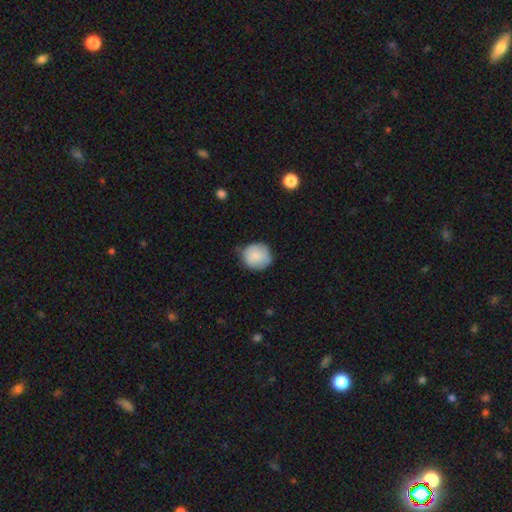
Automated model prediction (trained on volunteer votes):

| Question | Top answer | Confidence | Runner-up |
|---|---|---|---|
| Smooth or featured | smooth | 84% | featured or disk (9%) |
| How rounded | round | 88% | in between (11%) |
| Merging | none | 73% | minor disturbance (22%) |